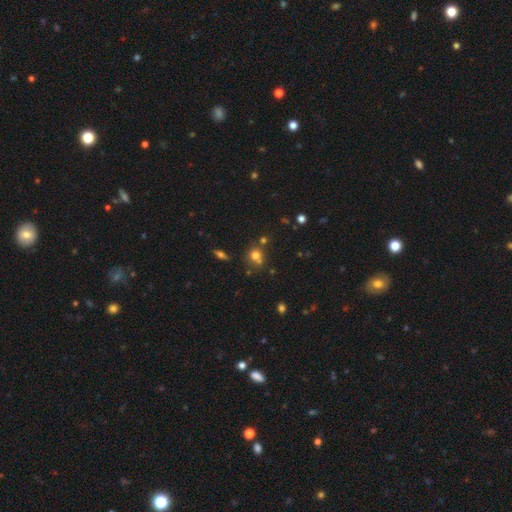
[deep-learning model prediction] Q: Smooth or featured?
A: smooth (69%); runner-up: star or artifact (20%)
Q: How rounded?
A: round (82%); runner-up: in between (16%)
Q: Merging?
A: none (60%); runner-up: merger (24%)